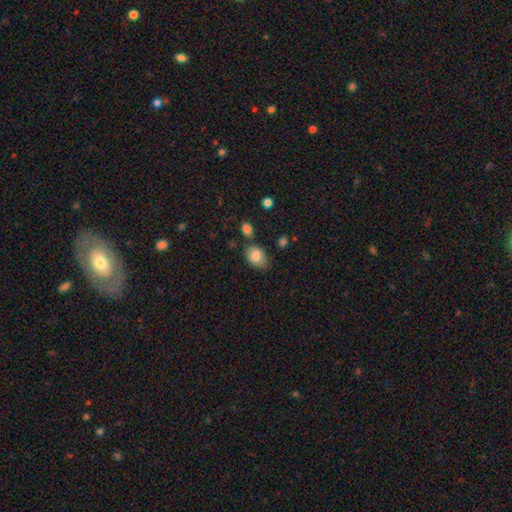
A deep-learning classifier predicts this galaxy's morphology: A smooth galaxy with no disk features (84%) that is in between round and cigar-shaped (80%).

Vote fractions:
- Smooth or featured? smooth: 84% / featured or disk: 8% / star or artifact: 8%
- How rounded? in between: 80% / round: 19% / cigar-shaped: 1%
- Merging? none: 71% / minor disturbance: 18% / merger: 7% / major disturbance: 4%